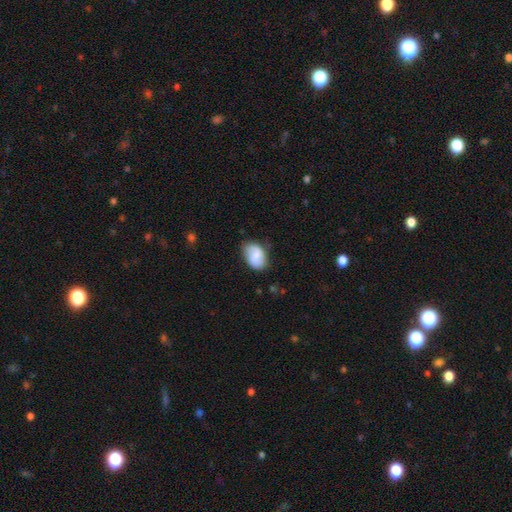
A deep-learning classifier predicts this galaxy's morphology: type=smooth (68%); roundness=in between (84%); merging=none (66%).